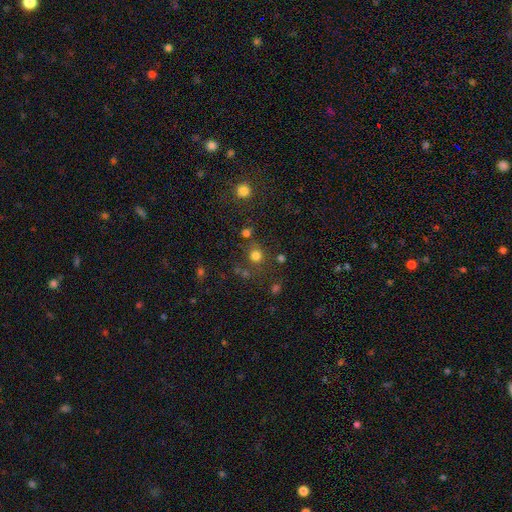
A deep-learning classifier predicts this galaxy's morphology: The model was most divided on "smooth or featured": smooth: 76%, star or artifact: 18%, featured or disk: 6%. More confident: how rounded — round (89%); merging — none (73%).